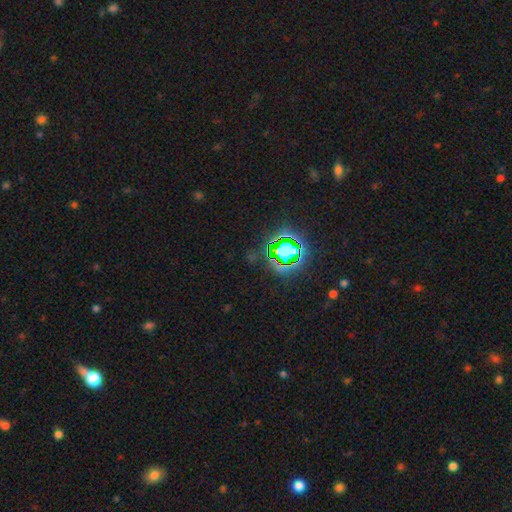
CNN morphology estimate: Q: Smooth or featured?
A: star or artifact (79%); runner-up: smooth (14%)